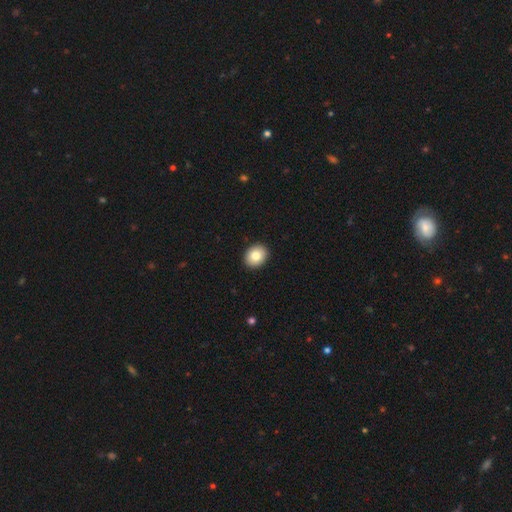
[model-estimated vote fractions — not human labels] Q: Smooth or featured?
A: smooth (82%); runner-up: featured or disk (10%)
Q: How rounded?
A: in between (50%); runner-up: round (49%)
Q: Merging?
A: none (92%); runner-up: minor disturbance (6%)